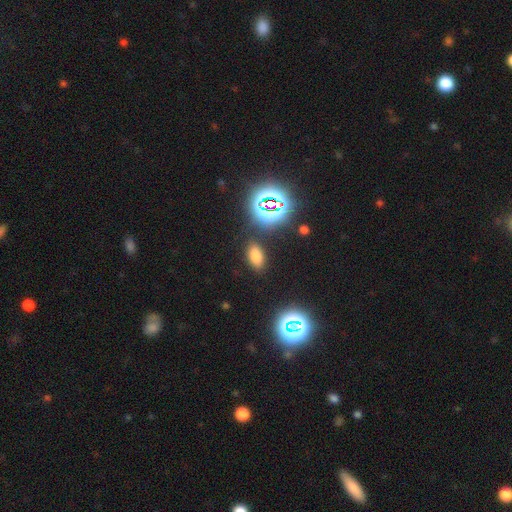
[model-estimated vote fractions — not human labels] Smooth or featured: smooth — 68% (star or artifact — 25%)
How rounded: in between — 87% (round — 8%)
Merging: none — 86% (minor disturbance — 8%)